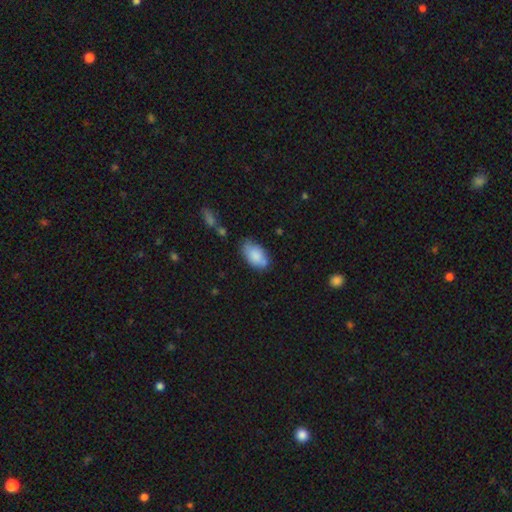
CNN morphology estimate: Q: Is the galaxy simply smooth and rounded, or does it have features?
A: smooth — 84%.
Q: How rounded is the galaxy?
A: in between — 93%.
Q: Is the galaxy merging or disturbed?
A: none — 65%.